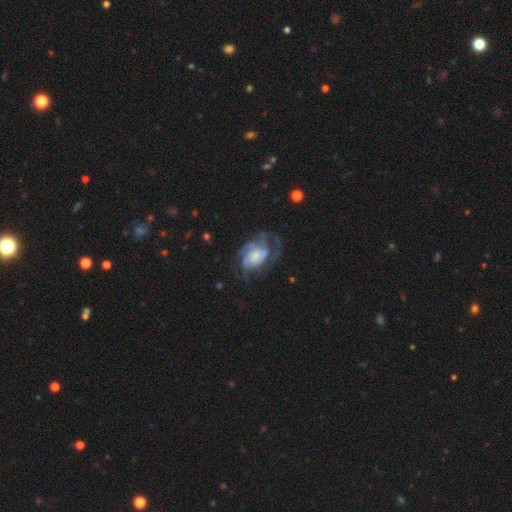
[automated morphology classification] A featured or disk galaxy (73%) with no bar (68%), medium (41%) spiral arms (86%) and a small central bulge (36%).

Vote fractions:
- Smooth or featured? featured or disk: 73% / smooth: 20% / star or artifact: 7%
- Edge-on disk? no: 97% / yes: 3%
- Bar? no: 68% / weak: 26% / strong: 6%
- Spiral arms? yes: 86% / no: 14%
- Spiral winding? medium: 41% / tight: 39% / loose: 20%
- Spiral arm count? can't tell: 36% / 2: 25% / 3: 20% / 4: 8% / 1: 7% / more than 4: 5%
- Bulge size? small: 36% / moderate: 30% / large: 19% / none: 12% / dominant: 3%
- Merging? none: 43% / major disturbance: 34% / minor disturbance: 21% / merger: 2%